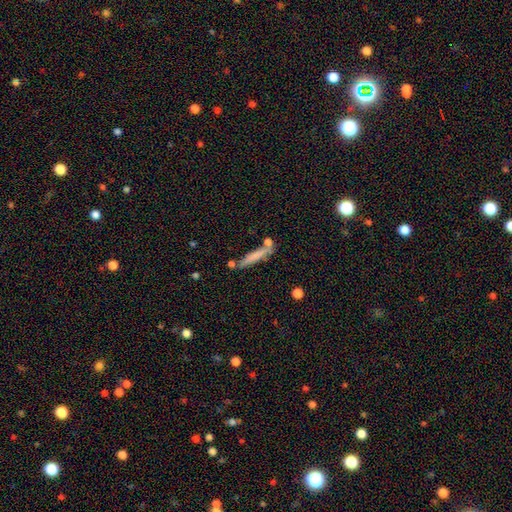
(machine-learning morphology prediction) Q: Smooth or featured?
A: smooth (68%); runner-up: featured or disk (24%)
Q: How rounded?
A: cigar-shaped (92%); runner-up: in between (6%)
Q: Merging?
A: none (72%); runner-up: minor disturbance (14%)